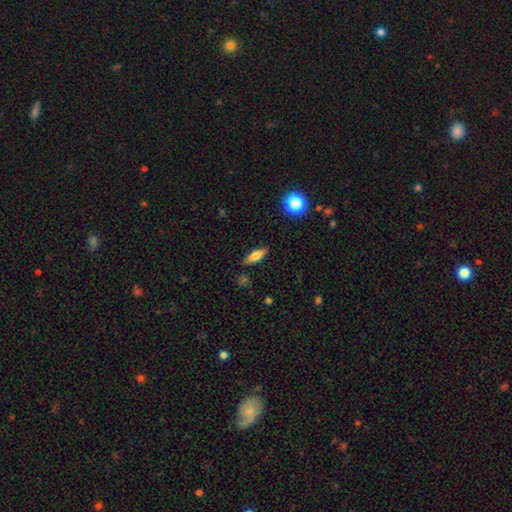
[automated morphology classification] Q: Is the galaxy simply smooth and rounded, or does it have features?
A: smooth — 66%.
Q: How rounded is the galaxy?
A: in between — 49%.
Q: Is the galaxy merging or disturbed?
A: none — 86%.